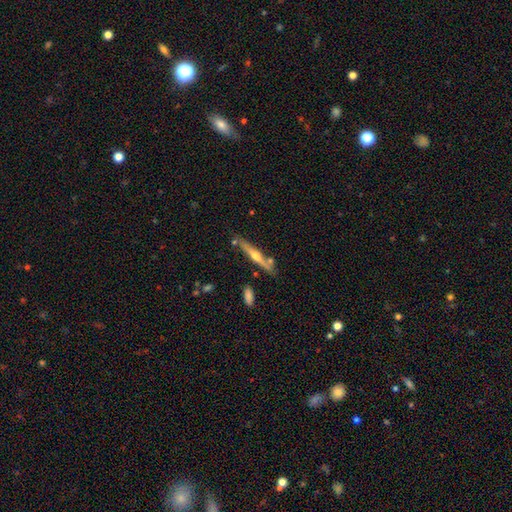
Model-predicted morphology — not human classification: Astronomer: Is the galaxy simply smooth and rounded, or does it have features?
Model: featured or disk — 71%.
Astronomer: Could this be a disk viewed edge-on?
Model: yes — 93%.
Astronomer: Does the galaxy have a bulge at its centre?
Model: rounded — 90%.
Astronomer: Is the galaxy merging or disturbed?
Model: none — 77%.